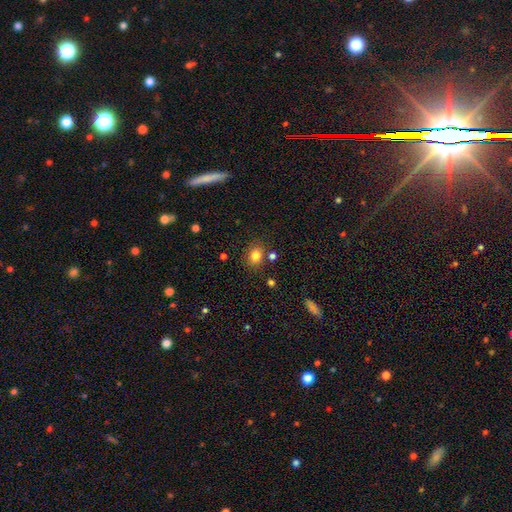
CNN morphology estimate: Smooth or featured: smooth — 81% (star or artifact — 12%)
How rounded: round — 53% (in between — 46%)
Merging: none — 80% (minor disturbance — 11%)